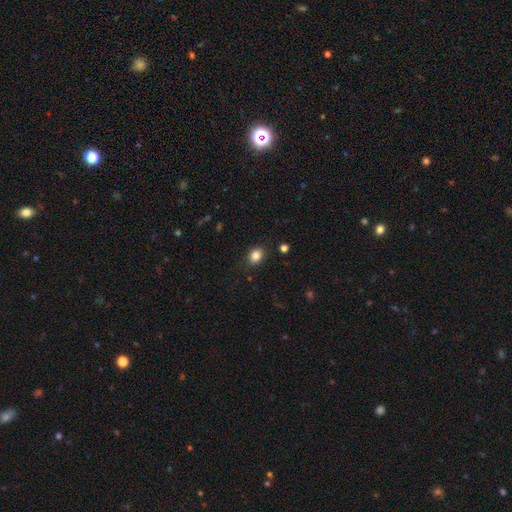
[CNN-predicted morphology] type=smooth (84%); roundness=round (50%); merging=none (87%).